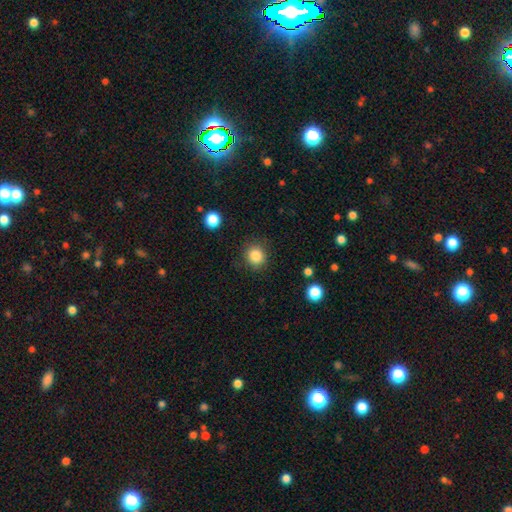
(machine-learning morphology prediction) Smooth or featured?
  - smooth: 85% *
  - star or artifact: 10%
  - featured or disk: 5%
How rounded?
  - round: 87% *
  - in between: 12%
  - cigar-shaped: 1%
Merging?
  - none: 88% *
  - minor disturbance: 8%
  - major disturbance: 3%
  - merger: 1%